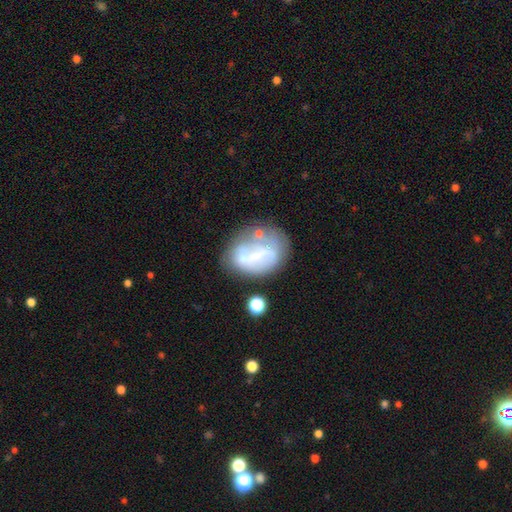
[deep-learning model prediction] Morphology: type=featured or disk (49%); merging=none (47%).